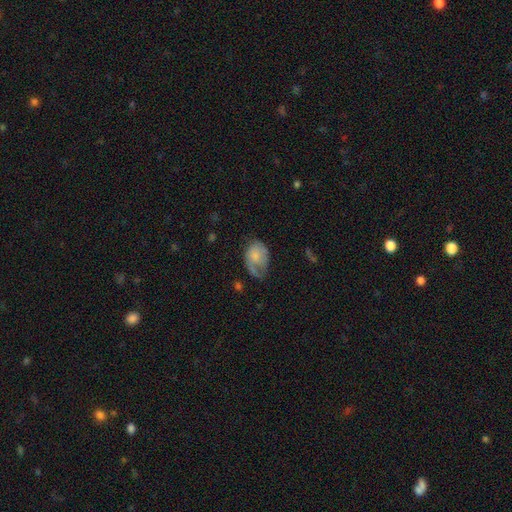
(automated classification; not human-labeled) Overall: smooth (63%; featured or disk 30%). How rounded: in between (78%). Merging: minor disturbance (36%; none 33%).